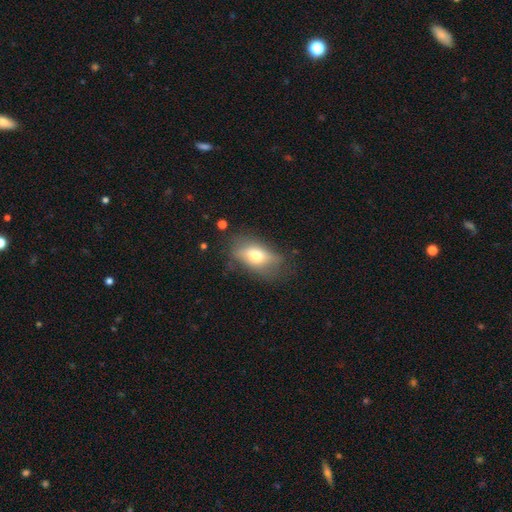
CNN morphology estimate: Smooth or featured? smooth (66%)
How rounded? in between (86%)
Merging? none (57%)